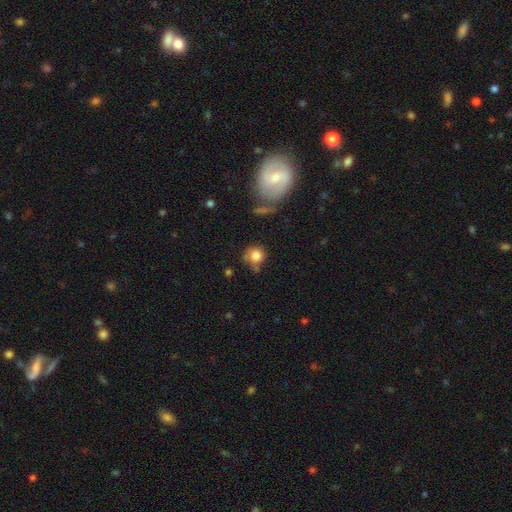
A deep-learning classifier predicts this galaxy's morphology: smooth_or_featured: smooth (p=0.81) [alt: star or artifact p=0.10]
how_rounded: round (p=0.86) [alt: in between p=0.13]
merging: none (p=0.56) [alt: minor disturbance p=0.22]